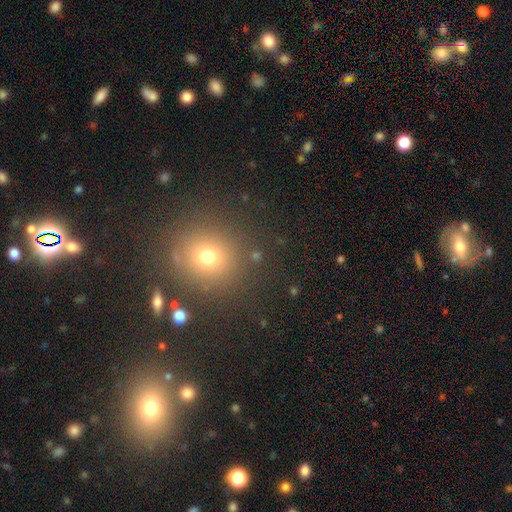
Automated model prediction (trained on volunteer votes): Smooth or featured?
  - smooth: 63% *
  - star or artifact: 28%
  - featured or disk: 9%
How rounded?
  - round: 85% *
  - in between: 14%
  - cigar-shaped: 1%
Merging?
  - none: 84% *
  - minor disturbance: 8%
  - merger: 4%
  - major disturbance: 4%